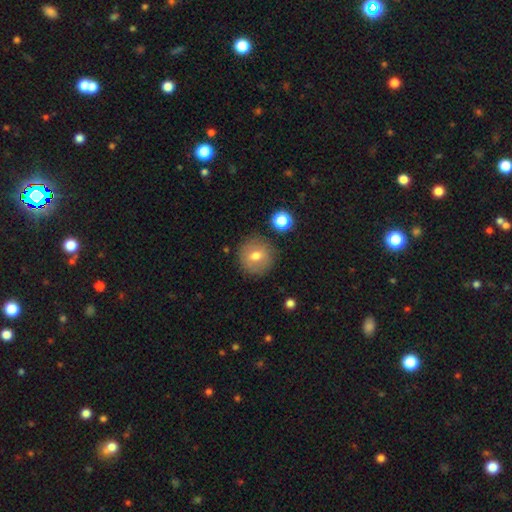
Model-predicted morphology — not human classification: smooth-or-featured: smooth: 66% | featured or disk: 23% | star or artifact: 11%
  how-rounded: round: 90% | in between: 9% | cigar-shaped: 1%
  merging: none: 84% | minor disturbance: 10% | major disturbance: 3% | merger: 3%